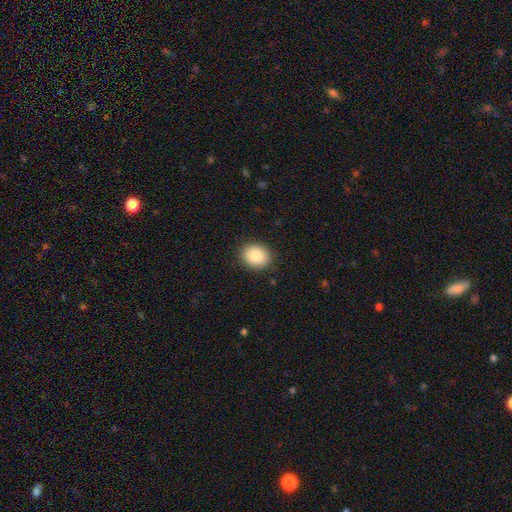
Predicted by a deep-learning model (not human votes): Q: Smooth or featured?
A: smooth (86%); runner-up: star or artifact (8%)
Q: How rounded?
A: round (62%); runner-up: in between (37%)
Q: Merging?
A: none (89%); runner-up: minor disturbance (8%)